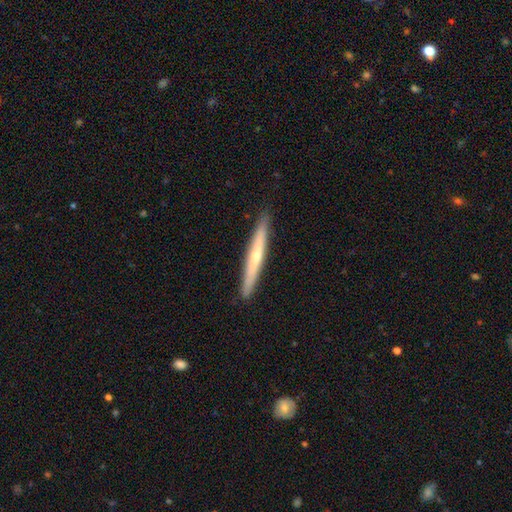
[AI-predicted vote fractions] Overall: featured or disk (56%; smooth 39%). Edge-on disk: yes (95%). Edge-on bulge: rounded (65%; none 32%). Merging: none (91%).